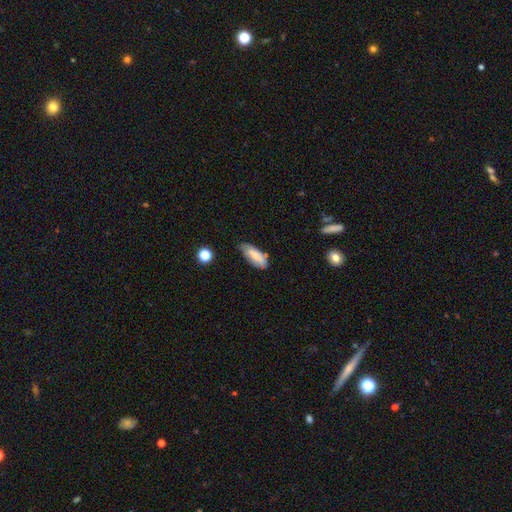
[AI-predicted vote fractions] smooth_or_featured: smooth (p=0.70) [alt: featured or disk p=0.23]
how_rounded: in between (p=0.77) [alt: cigar-shaped p=0.22]
merging: none (p=0.64) [alt: minor disturbance p=0.28]